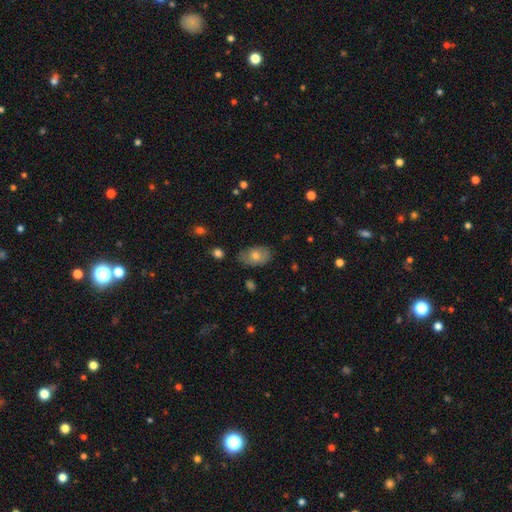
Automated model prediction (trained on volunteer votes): Q: Smooth or featured?
A: smooth (64%); runner-up: featured or disk (27%)
Q: How rounded?
A: in between (86%); runner-up: round (13%)
Q: Merging?
A: none (72%); runner-up: minor disturbance (22%)